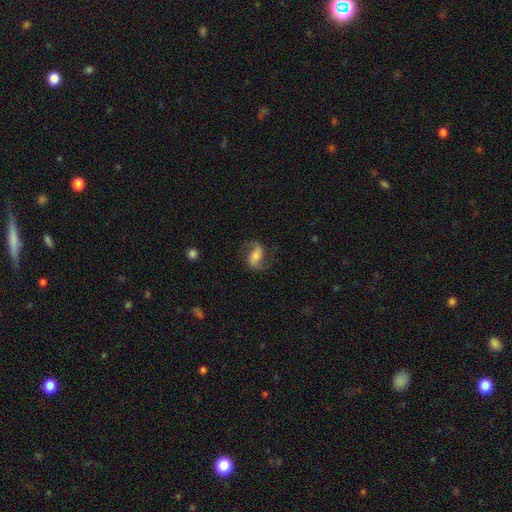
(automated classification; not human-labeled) A featured or disk galaxy (66%) with a weak bar (38%), 2 (90%) loose (49%) spiral arms (93%) and a moderate central bulge (42%). Merging: none (72%).